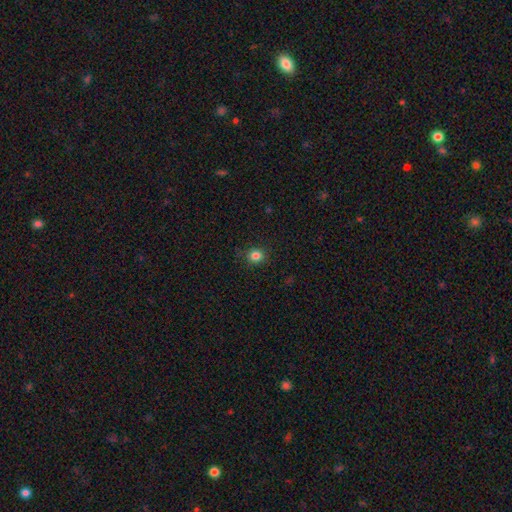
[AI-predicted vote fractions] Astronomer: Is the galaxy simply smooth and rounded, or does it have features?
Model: smooth — 83%.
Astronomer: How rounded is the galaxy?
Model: round — 80%.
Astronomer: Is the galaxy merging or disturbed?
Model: none — 88%.